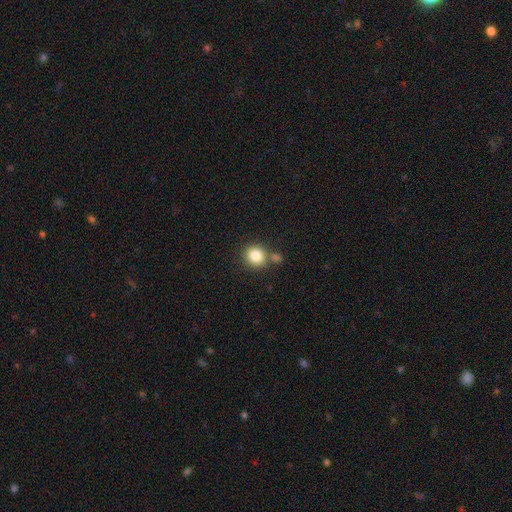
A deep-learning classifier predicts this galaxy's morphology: Smooth or featured? smooth (84%)
How rounded? round (82%)
Merging? none (69%)